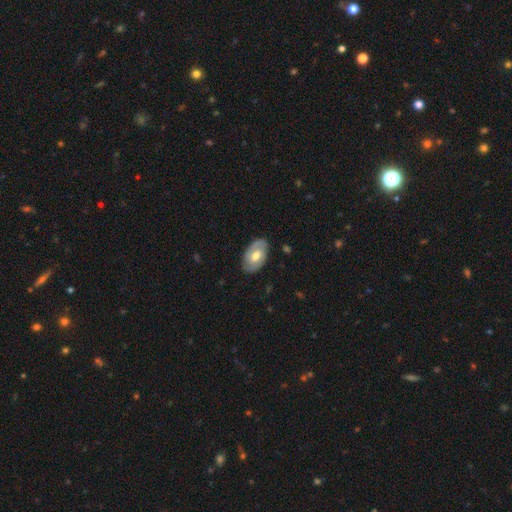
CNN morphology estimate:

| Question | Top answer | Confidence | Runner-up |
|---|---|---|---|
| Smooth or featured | featured or disk | 55% | smooth (40%) |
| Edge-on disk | no | 92% | yes (8%) |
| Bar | no | 50% | weak (39%) |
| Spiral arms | yes | 62% | no (38%) |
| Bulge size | moderate | 72% | small (14%) |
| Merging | none | 81% | minor disturbance (14%) |